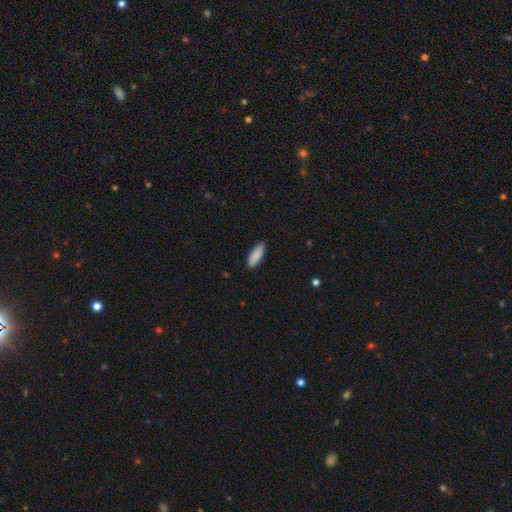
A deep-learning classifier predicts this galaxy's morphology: Smooth or featured? Predicted: smooth (p=0.89). How rounded? Predicted: in between (p=0.70). Merging? Predicted: none (p=0.87).